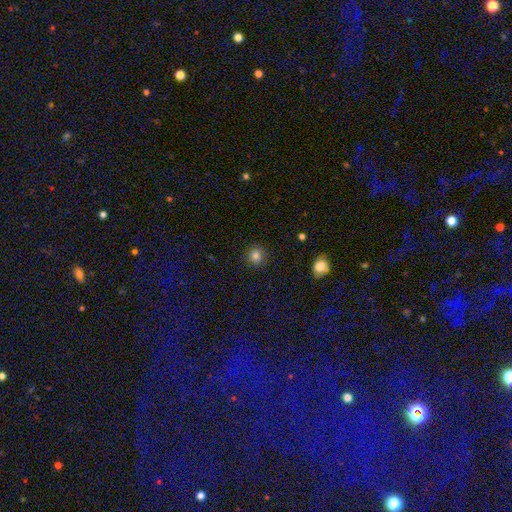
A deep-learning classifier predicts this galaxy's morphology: A smooth galaxy with no disk features (83%) that is round (84%).

Vote fractions:
- Smooth or featured? smooth: 83% / star or artifact: 12% / featured or disk: 5%
- How rounded? round: 84% / in between: 15% / cigar-shaped: 1%
- Merging? none: 88% / minor disturbance: 8% / major disturbance: 2% / merger: 1%